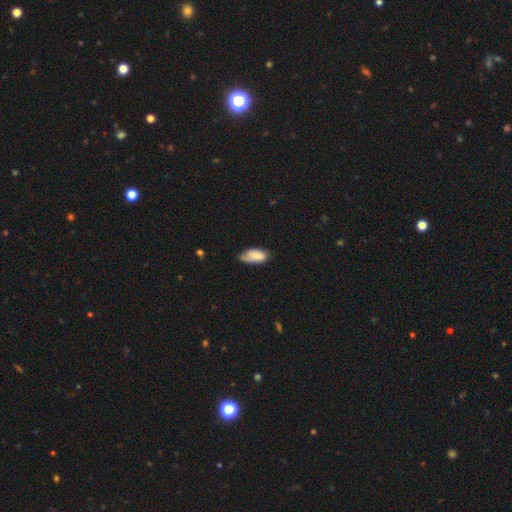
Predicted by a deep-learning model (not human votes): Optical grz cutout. It shows a smooth galaxy with no disk features (80%) that is in between round and cigar-shaped (91%). Merging: none (54%).